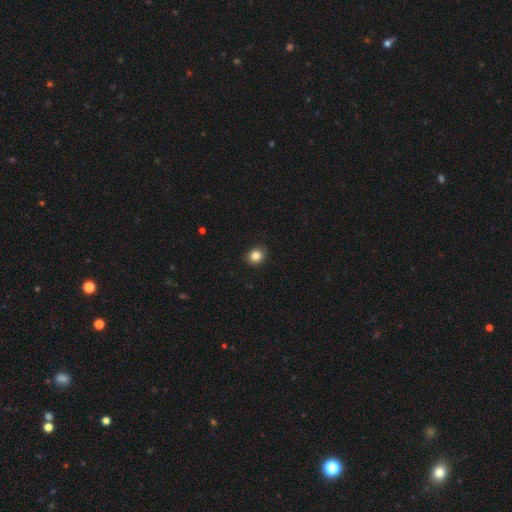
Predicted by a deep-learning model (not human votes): Q: Smooth or featured?
A: smooth (84%); runner-up: star or artifact (11%)
Q: How rounded?
A: round (74%); runner-up: in between (25%)
Q: Merging?
A: none (90%); runner-up: minor disturbance (7%)